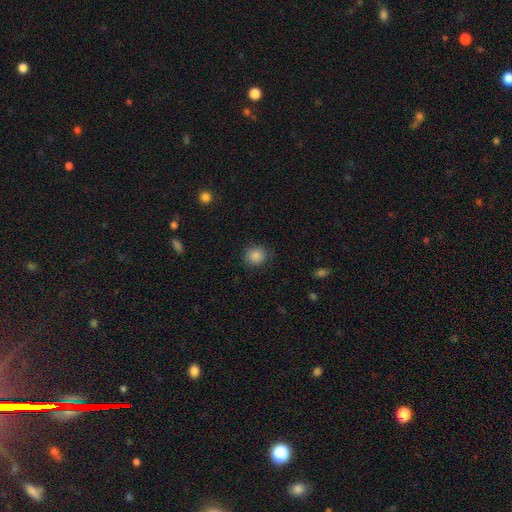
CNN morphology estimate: The model was most divided on "merging": none: 84%, minor disturbance: 12%, major disturbance: 3%, merger: 1%. More confident: smooth or featured — smooth (87%); how rounded — round (87%).